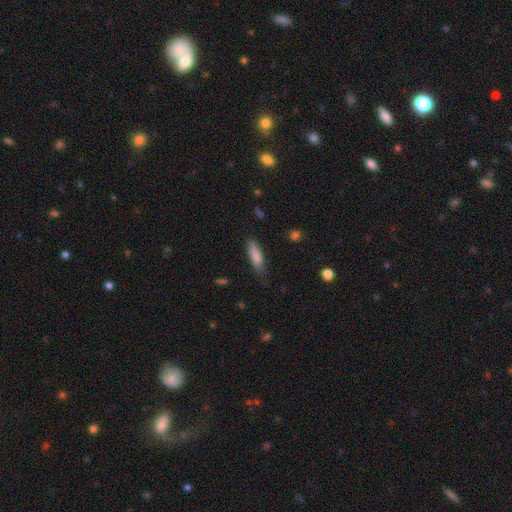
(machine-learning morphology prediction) The model was most divided on "how rounded": cigar-shaped: 52%, in between: 47%, round: 2%. More confident: smooth or featured — smooth (85%); merging — none (73%).